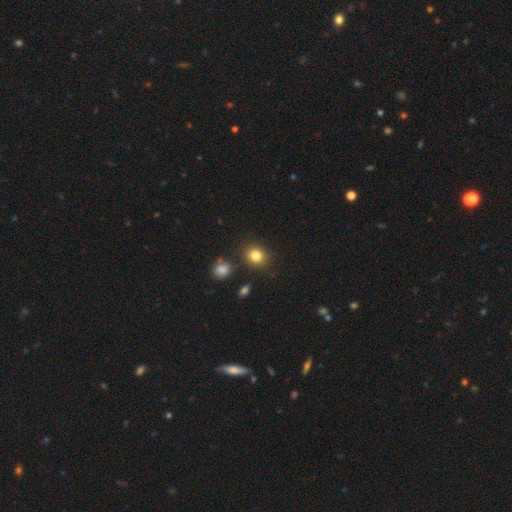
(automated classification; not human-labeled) Smooth or featured?
  - smooth: 82% *
  - star or artifact: 11%
  - featured or disk: 6%
How rounded?
  - round: 75% *
  - in between: 24%
  - cigar-shaped: 1%
Merging?
  - none: 84% *
  - minor disturbance: 8%
  - merger: 5%
  - major disturbance: 3%